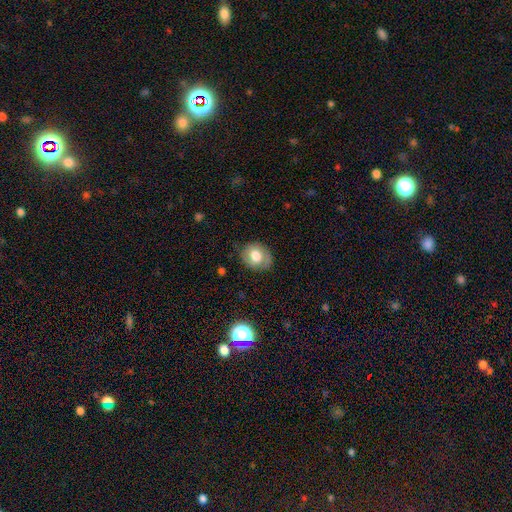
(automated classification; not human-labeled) smooth 63%, featured or disk 29%, star or artifact 8%. Down the decision tree: how rounded — round (55%); merging — none (76%).